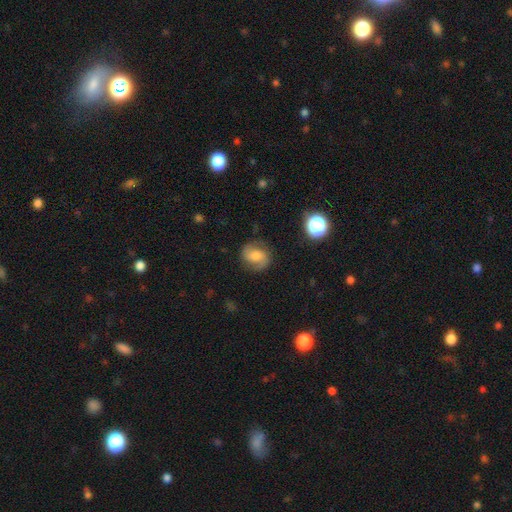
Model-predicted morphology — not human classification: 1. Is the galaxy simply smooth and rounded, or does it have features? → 53% featured or disk, 36% smooth, 11% star or artifact.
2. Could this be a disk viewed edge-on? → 97% no, 3% yes.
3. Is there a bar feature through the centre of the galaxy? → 51% no, 38% weak, 11% strong.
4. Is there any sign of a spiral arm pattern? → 90% yes, 10% no.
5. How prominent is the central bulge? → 49% moderate, 27% small, 14% large, 8% none, 2% dominant.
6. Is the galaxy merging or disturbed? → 78% none, 15% minor disturbance, 6% major disturbance, 1% merger.